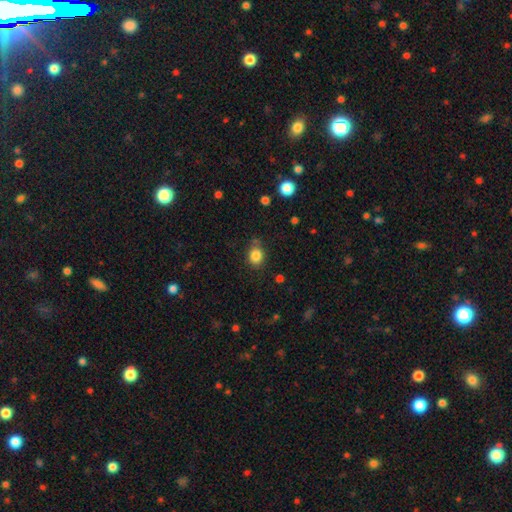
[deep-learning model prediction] Overall: smooth (84%). How rounded: round (61%; in between 38%). Merging: none (75%).